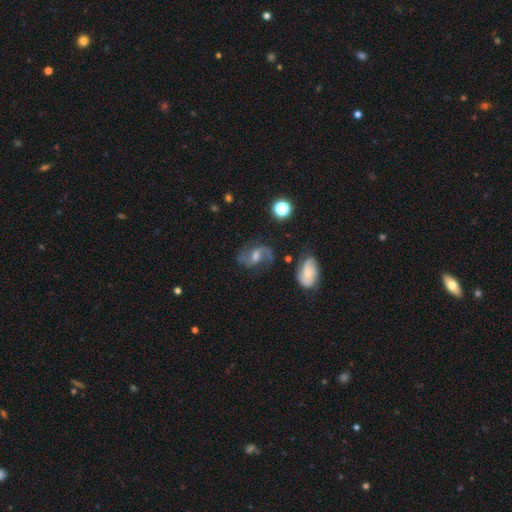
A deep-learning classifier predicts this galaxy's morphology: Smooth or featured? featured or disk (81%)
Edge-on disk? no (97%)
Bar? weak (48%)
Spiral arms? yes (95%)
Spiral winding? loose (48%)
Spiral arm count? 2 (88%)
Bulge size? moderate (52%)
Merging? none (66%)